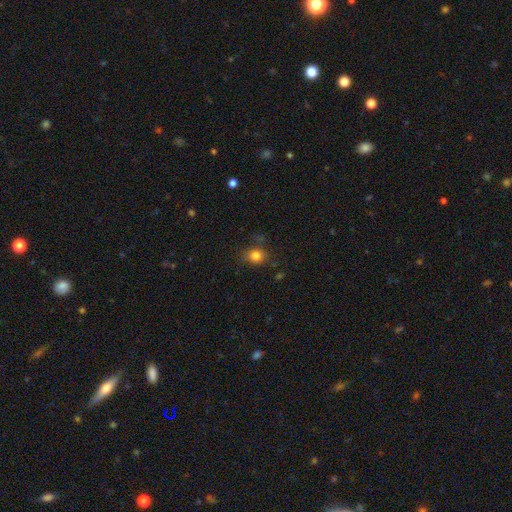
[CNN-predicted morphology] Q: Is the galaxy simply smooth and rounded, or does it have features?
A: smooth — 81%.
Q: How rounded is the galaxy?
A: round — 79%.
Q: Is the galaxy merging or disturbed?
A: none — 77%.